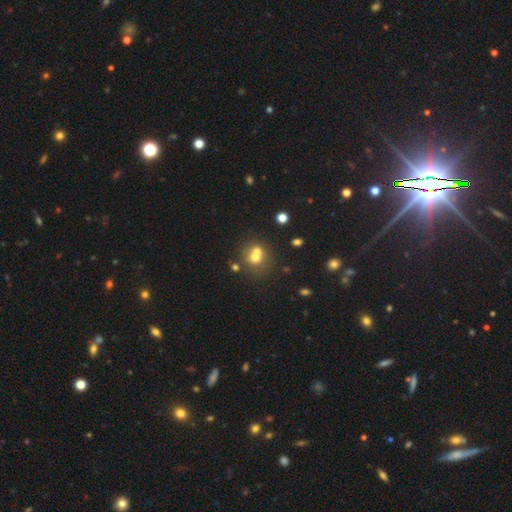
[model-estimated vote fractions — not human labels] A smooth galaxy with no disk features (61%) that is round (79%). Merging: merger (52%).